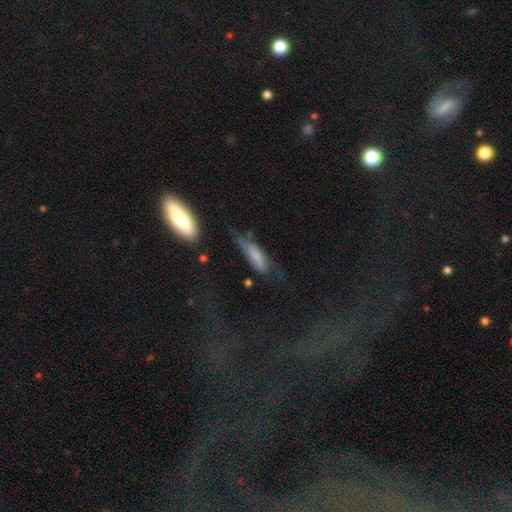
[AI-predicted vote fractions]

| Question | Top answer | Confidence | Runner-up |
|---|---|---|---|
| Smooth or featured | smooth | 60% | featured or disk (29%) |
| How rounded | cigar-shaped | 55% | in between (42%) |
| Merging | none | 31% | tied: major disturbance (31%), minor disturbance (31%) |